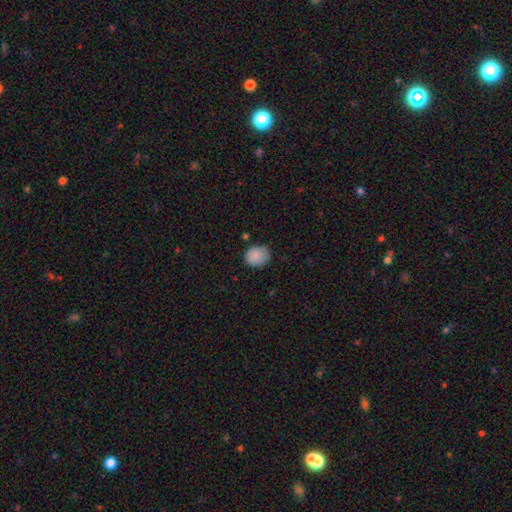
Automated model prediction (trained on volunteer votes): A smooth galaxy with no disk features (87%) that is round (73%). Merging: none (72%).